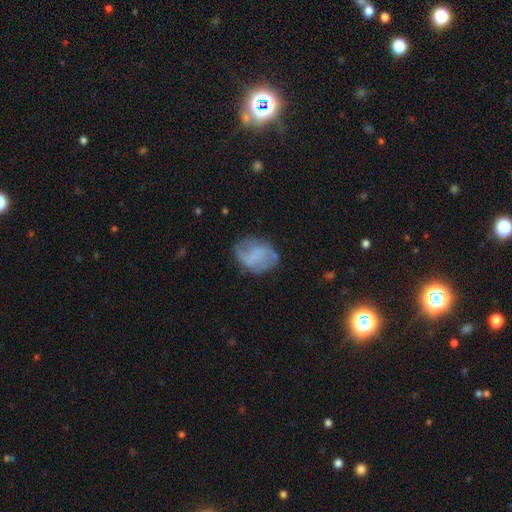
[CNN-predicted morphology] smooth-or-featured: smooth: 49% | featured or disk: 41% | star or artifact: 9%
  merging: none: 59% | minor disturbance: 25% | major disturbance: 13% | merger: 3%